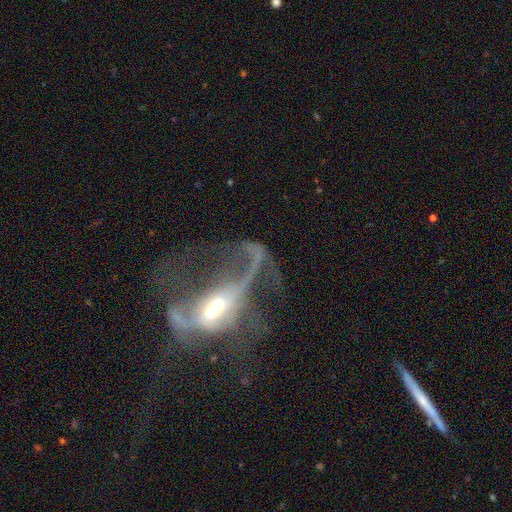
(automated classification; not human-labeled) This is likely a featured or disk galaxy (63%). It is clearly not viewed edge-on (83%). Bar: possibly no (53%). Spiral arm pattern: possibly no (58%). Central bulge: possibly moderate (52%). Merging: possibly major disturbance (57%).